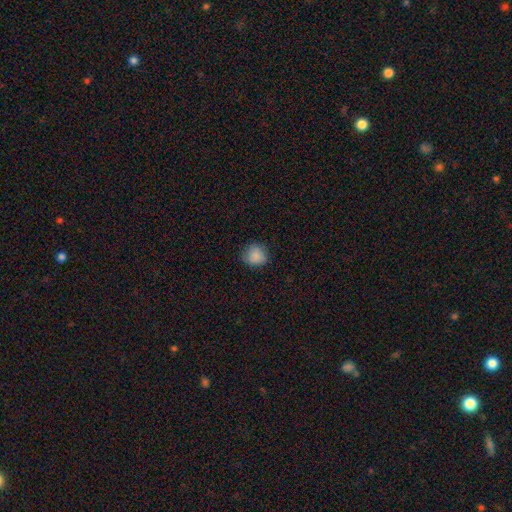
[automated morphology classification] Q: Smooth or featured?
A: smooth (87%); runner-up: star or artifact (9%)
Q: How rounded?
A: round (85%); runner-up: in between (14%)
Q: Merging?
A: none (82%); runner-up: minor disturbance (14%)